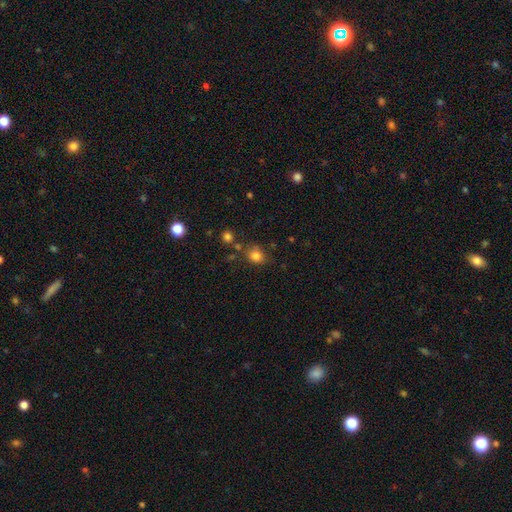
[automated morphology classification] The model was most divided on "how rounded": round: 65%, in between: 34%, cigar-shaped: 1%. More confident: smooth or featured — smooth (80%); merging — none (70%).